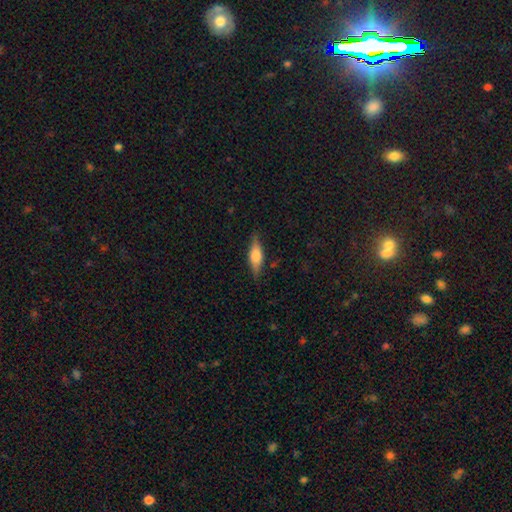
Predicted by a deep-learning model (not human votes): Smooth or featured? Predicted: smooth (p=0.51). How rounded? Predicted: in between (p=0.54). Merging? Predicted: none (p=0.81).